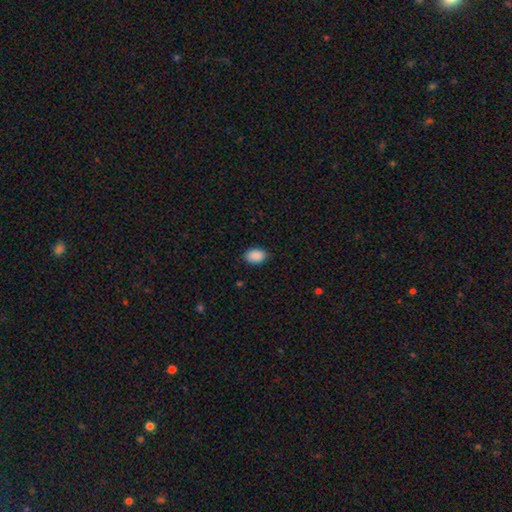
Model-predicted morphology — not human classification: smooth 90%, star or artifact 7%, featured or disk 2%. Down the decision tree: how rounded — in between (86%); merging — none (88%).